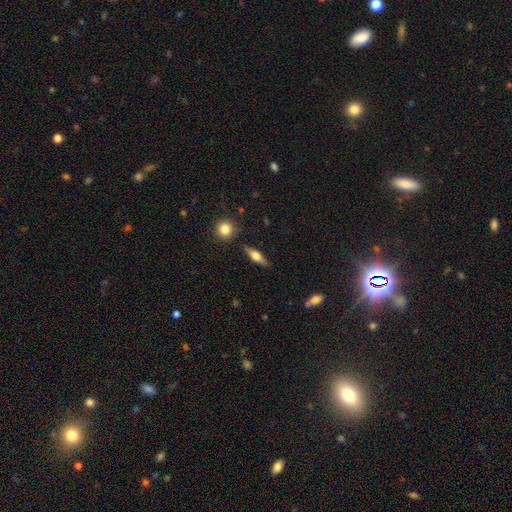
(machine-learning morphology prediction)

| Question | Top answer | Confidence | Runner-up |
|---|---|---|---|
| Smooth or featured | featured or disk | 52% | smooth (41%) |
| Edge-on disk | yes | 93% | no (7%) |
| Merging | none | 84% | minor disturbance (10%) |